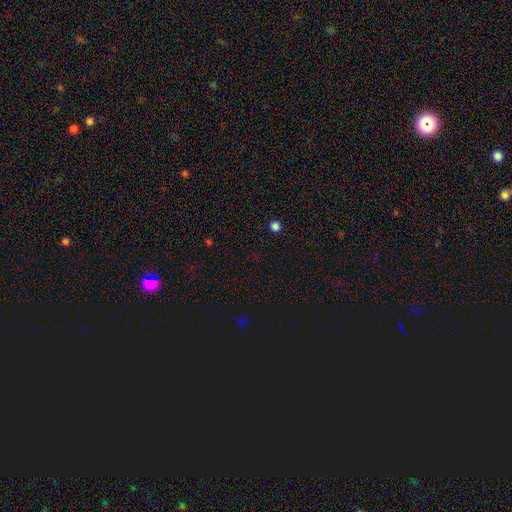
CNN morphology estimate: This is possibly a star or artifact rather than a galaxy (52%).